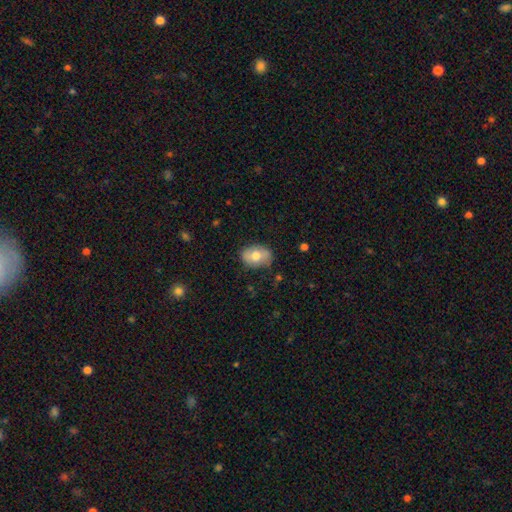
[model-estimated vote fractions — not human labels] A smooth galaxy with no disk features (67%) that is in between round and cigar-shaped (75%). Merging: none (76%).